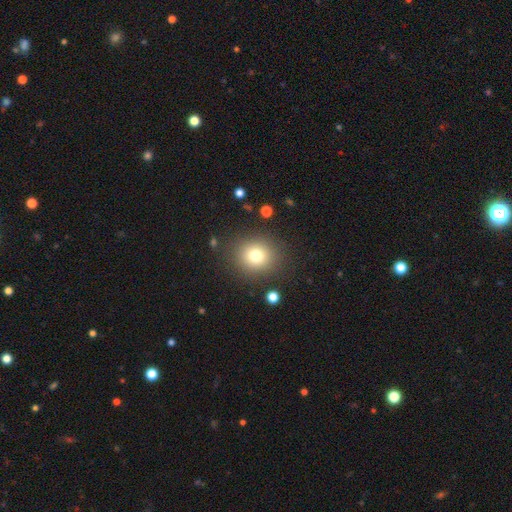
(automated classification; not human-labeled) smooth-or-featured: smooth: 77% | star or artifact: 14% | featured or disk: 10%
  how-rounded: round: 83% | in between: 16% | cigar-shaped: 1%
  merging: none: 86% | minor disturbance: 8% | major disturbance: 4% | merger: 2%